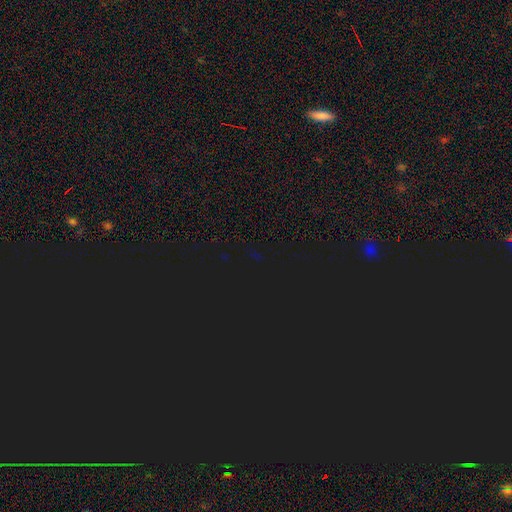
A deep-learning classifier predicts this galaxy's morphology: smooth_or_featured: star or artifact (p=0.83) [alt: smooth p=0.11]